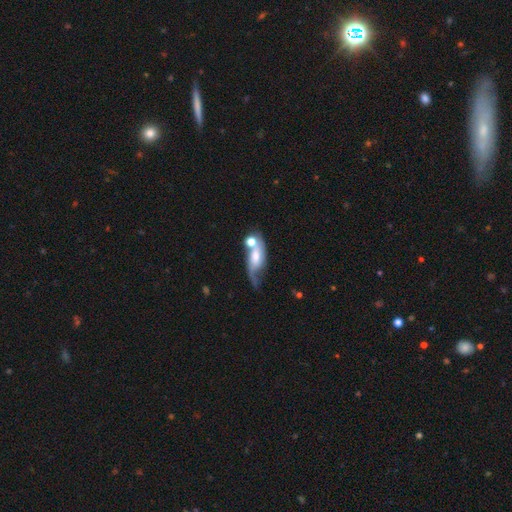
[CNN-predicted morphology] smooth-or-featured: featured or disk: 50% | smooth: 41% | star or artifact: 9%
  disk-edge-on: no: 85% | yes: 15%
  merging: merger: 34% | none: 27% | major disturbance: 21% | minor disturbance: 19%